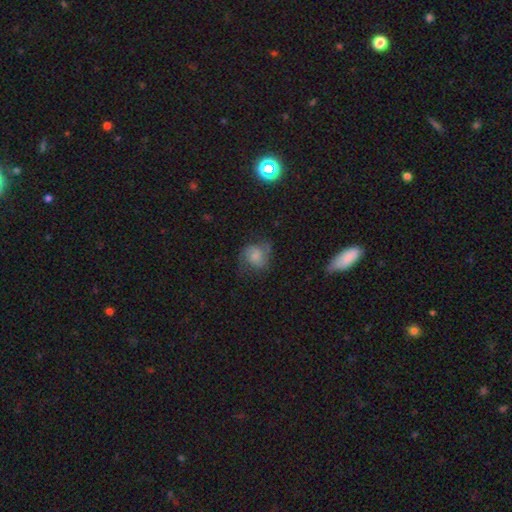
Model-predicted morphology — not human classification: A featured or disk galaxy (45%).

Vote fractions:
- Smooth or featured? featured or disk: 45% / smooth: 44% / star or artifact: 10%
- Merging? none: 56% / minor disturbance: 26% / major disturbance: 16% / merger: 2%